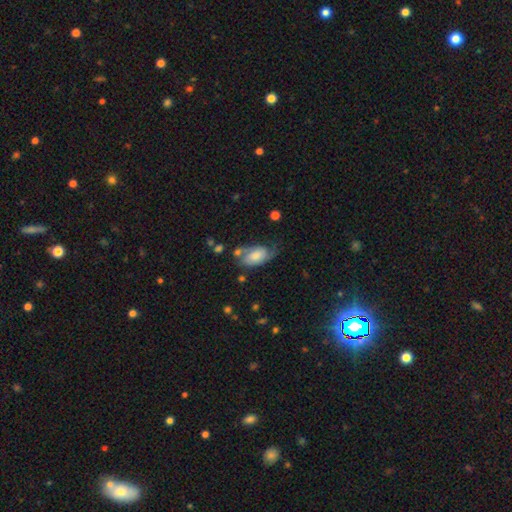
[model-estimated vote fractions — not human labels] Smooth or featured: featured or disk — 54% (smooth — 38%)
Edge-on disk: no — 95% (yes — 5%)
Bar: no — 64% (weak — 29%)
Spiral arms: yes — 87% (no — 13%)
Bulge size: moderate — 31% (small — 26%)
Merging: none — 45% (minor disturbance — 28%)